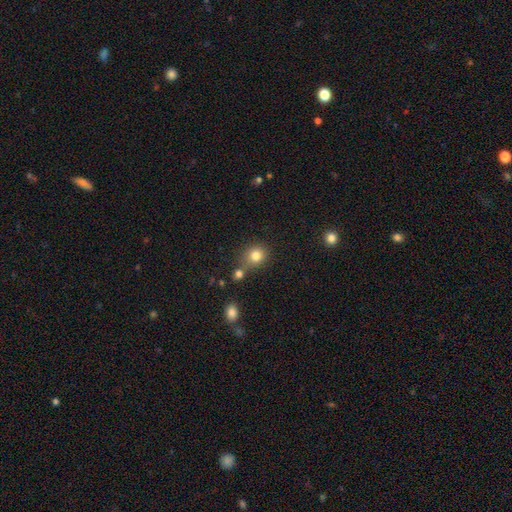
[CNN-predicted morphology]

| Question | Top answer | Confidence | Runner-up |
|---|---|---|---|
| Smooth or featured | smooth | 81% | star or artifact (12%) |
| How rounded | round | 82% | in between (17%) |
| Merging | none | 66% | merger (17%) |